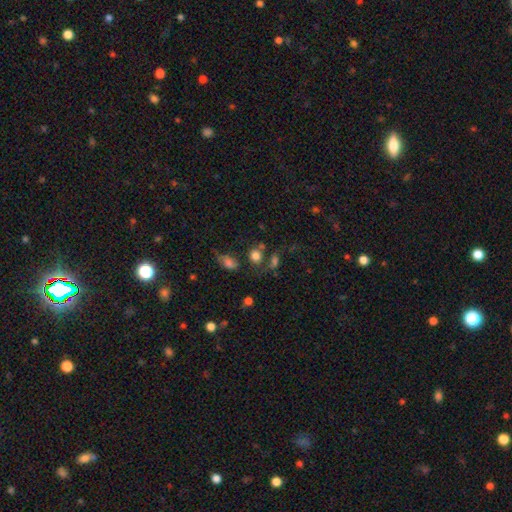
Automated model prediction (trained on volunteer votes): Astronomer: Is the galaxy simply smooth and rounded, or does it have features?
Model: smooth — 74%.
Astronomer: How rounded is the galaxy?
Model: round — 61% (runner-up: in between, 37%).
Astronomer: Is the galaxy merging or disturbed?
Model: none — 54%.